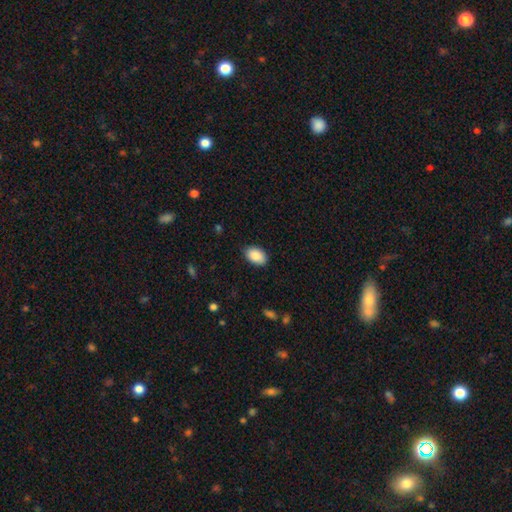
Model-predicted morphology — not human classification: Smooth or featured? Predicted: smooth (p=0.89). How rounded? Predicted: in between (p=0.91). Merging? Predicted: none (p=0.86).